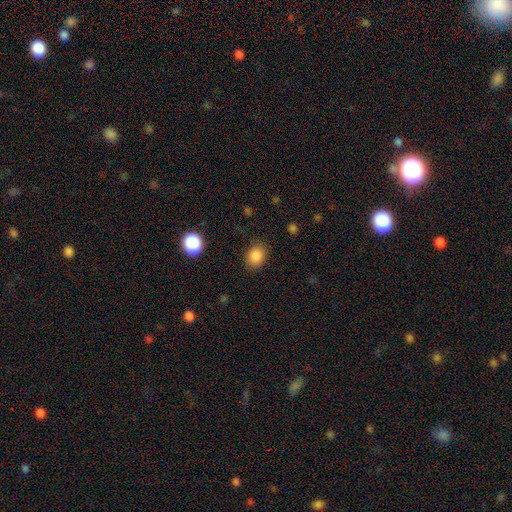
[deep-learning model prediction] smooth 86%, star or artifact 10%, featured or disk 4%. Down the decision tree: how rounded — round (55%); merging — none (83%).